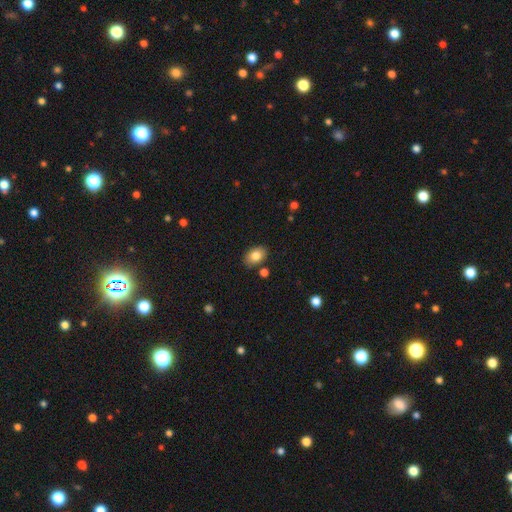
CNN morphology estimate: smooth-or-featured: smooth: 82% | featured or disk: 10% | star or artifact: 8%
  how-rounded: in between: 84% | round: 15% | cigar-shaped: 1%
  merging: none: 82% | minor disturbance: 11% | merger: 4% | major disturbance: 2%